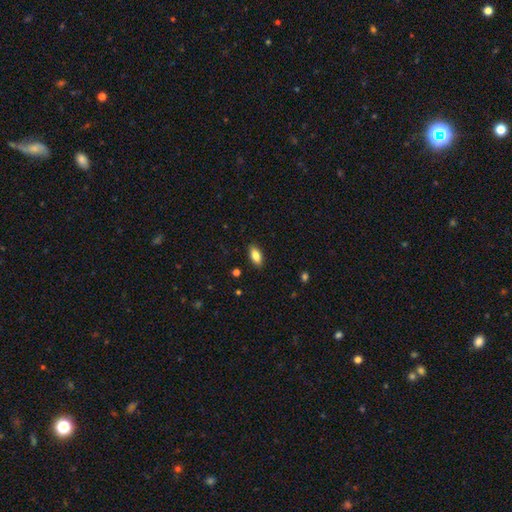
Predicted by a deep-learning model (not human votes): A smooth galaxy with no disk features (83%) that is in between round and cigar-shaped (87%). Merging: none (87%).